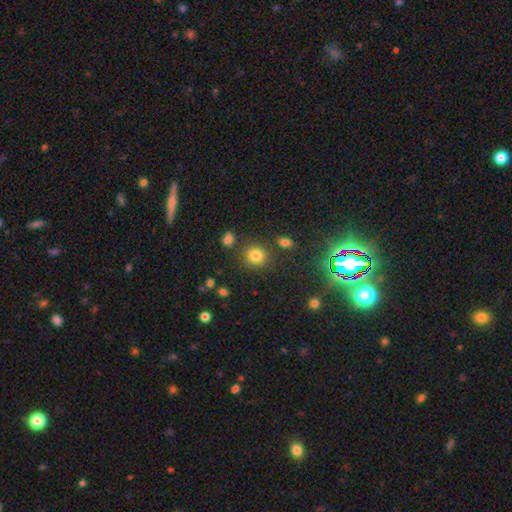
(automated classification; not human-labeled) A smooth galaxy with no disk features (79%) that is round (86%).

Vote fractions:
- Smooth or featured? smooth: 79% / star or artifact: 15% / featured or disk: 7%
- How rounded? round: 86% / in between: 13% / cigar-shaped: 1%
- Merging? none: 81% / minor disturbance: 9% / merger: 6% / major disturbance: 4%